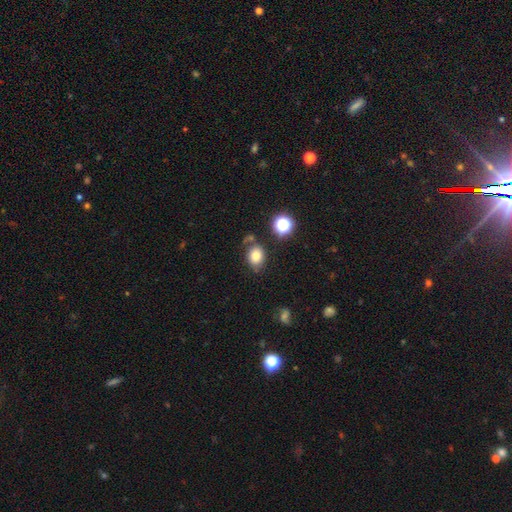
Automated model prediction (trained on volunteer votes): Smooth or featured? smooth (77%)
How rounded? in between (55%)
Merging? none (68%)